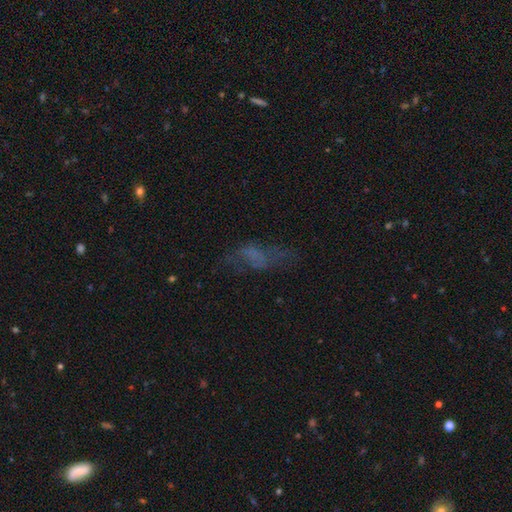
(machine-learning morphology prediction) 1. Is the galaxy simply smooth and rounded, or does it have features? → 42% smooth, 36% featured or disk, 22% star or artifact.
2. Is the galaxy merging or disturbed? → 48% none, 28% major disturbance, 21% minor disturbance, 3% merger.